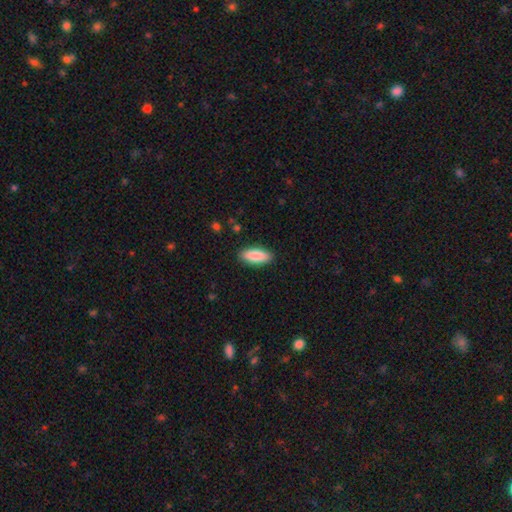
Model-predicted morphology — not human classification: Q: Smooth or featured?
A: smooth (88%); runner-up: featured or disk (7%)
Q: How rounded?
A: in between (75%); runner-up: cigar-shaped (23%)
Q: Merging?
A: none (89%); runner-up: minor disturbance (8%)